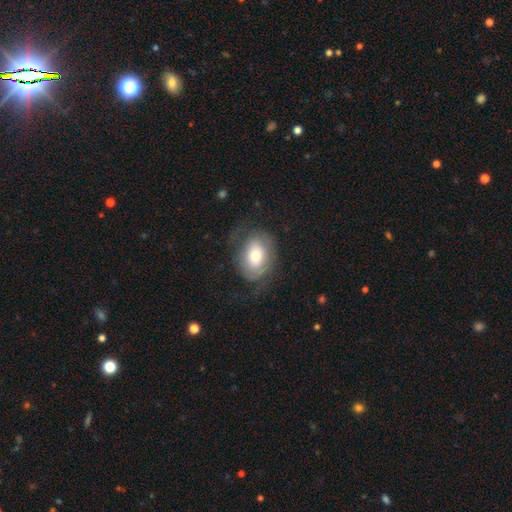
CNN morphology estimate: smooth_or_featured: smooth (p=0.57) [alt: featured or disk p=0.35]
how_rounded: in between (p=0.71) [alt: round p=0.28]
merging: none (p=0.59) [alt: minor disturbance p=0.21]